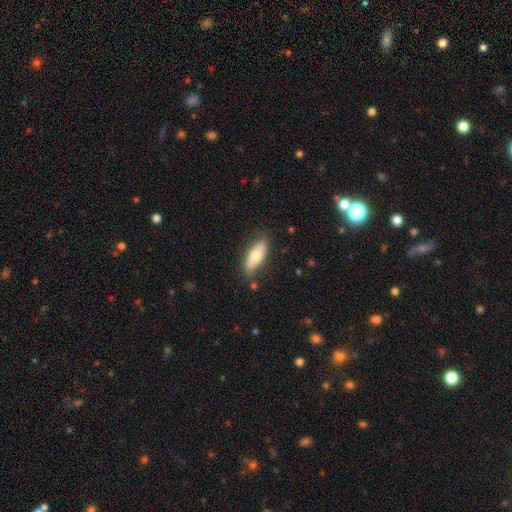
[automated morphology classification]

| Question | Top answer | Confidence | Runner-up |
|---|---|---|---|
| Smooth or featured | smooth | 67% | featured or disk (27%) |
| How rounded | in between | 73% | cigar-shaped (24%) |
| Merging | none | 79% | minor disturbance (16%) |